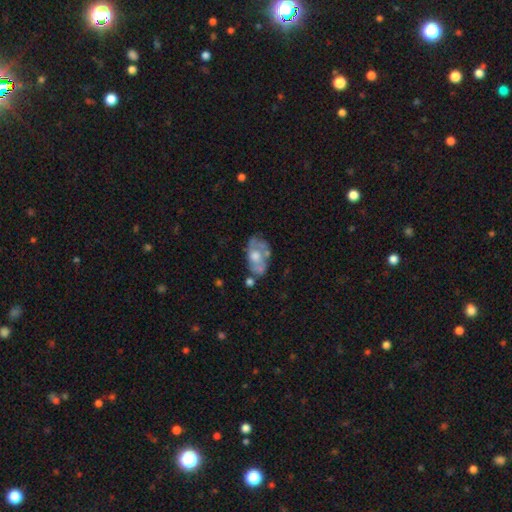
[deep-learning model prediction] smooth-or-featured: featured or disk: 57% | smooth: 36% | star or artifact: 7%
  disk-edge-on: no: 94% | yes: 6%
    bar: no: 86% | weak: 12% | strong: 2%
    has-spiral-arms: no: 70% | yes: 30%
    bulge-size: moderate: 62% | large: 18% | small: 14% | none: 5% | dominant: 2%
  merging: none: 48% | minor disturbance: 25% | major disturbance: 14% | merger: 13%